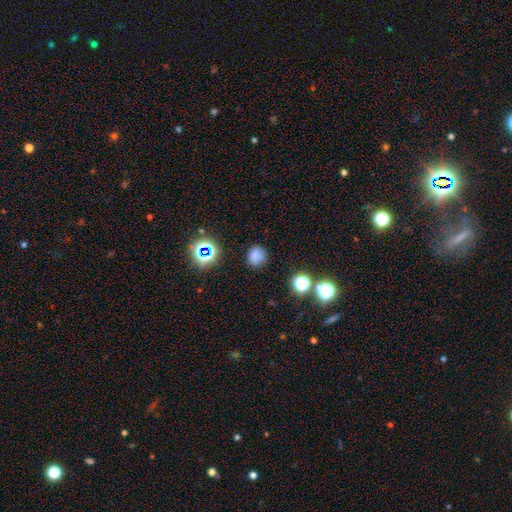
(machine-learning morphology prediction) The model was most divided on "smooth or featured": smooth: 74%, star or artifact: 19%, featured or disk: 7%. More confident: how rounded — round (81%); merging — none (78%).